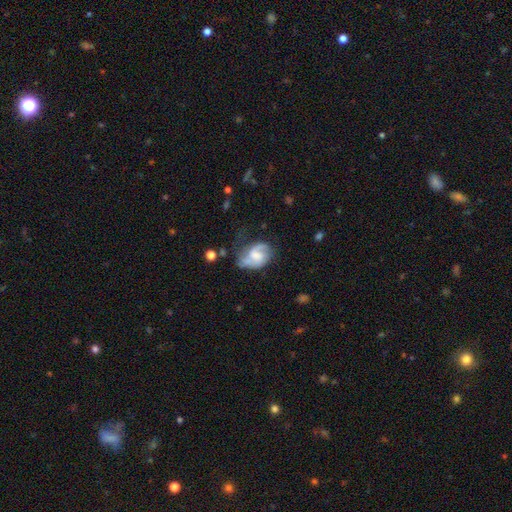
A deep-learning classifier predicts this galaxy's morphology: type=featured or disk (67%); edge-on=no (98%); bar=weak (46%); spiral arms=yes (87%); winding=medium (45%); arm count=2 (69%); bulge=moderate (31%); merging=none (39%).